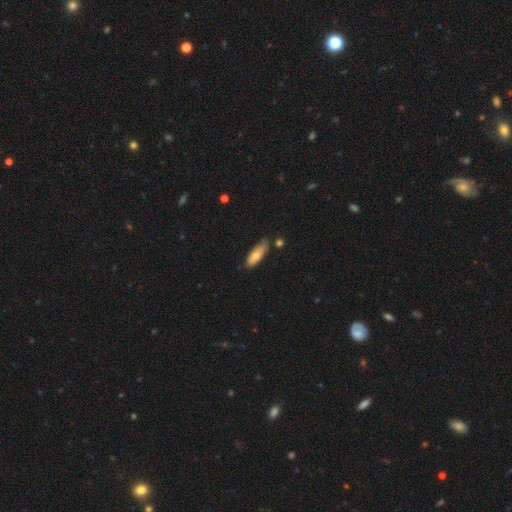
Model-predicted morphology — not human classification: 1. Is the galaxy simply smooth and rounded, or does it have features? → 69% smooth, 24% featured or disk, 6% star or artifact.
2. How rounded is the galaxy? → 62% in between, 36% cigar-shaped, 2% round.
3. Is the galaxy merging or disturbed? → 70% none, 23% minor disturbance, 4% merger, 4% major disturbance.